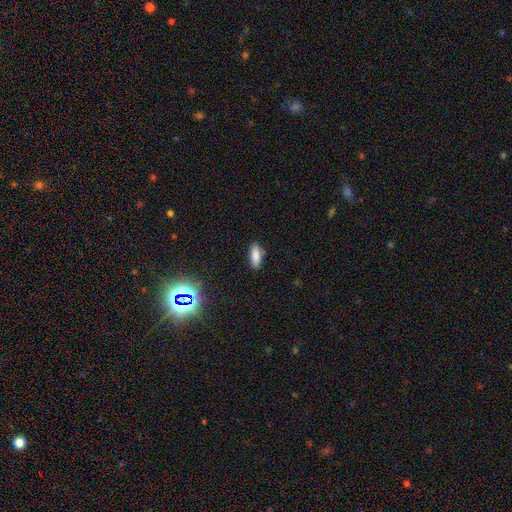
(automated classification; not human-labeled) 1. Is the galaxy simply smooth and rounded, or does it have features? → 83% smooth, 10% star or artifact, 7% featured or disk.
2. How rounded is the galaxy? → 75% in between, 23% cigar-shaped, 2% round.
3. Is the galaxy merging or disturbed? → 86% none, 10% minor disturbance, 2% major disturbance, 2% merger.